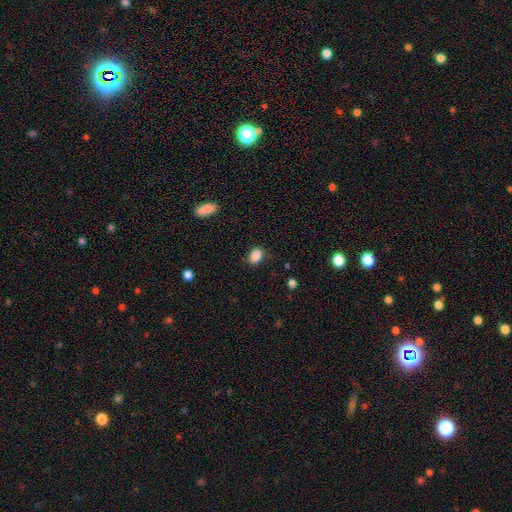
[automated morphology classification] smooth 87%, star or artifact 9%, featured or disk 4%. Down the decision tree: how rounded — in between (70%); merging — none (82%).